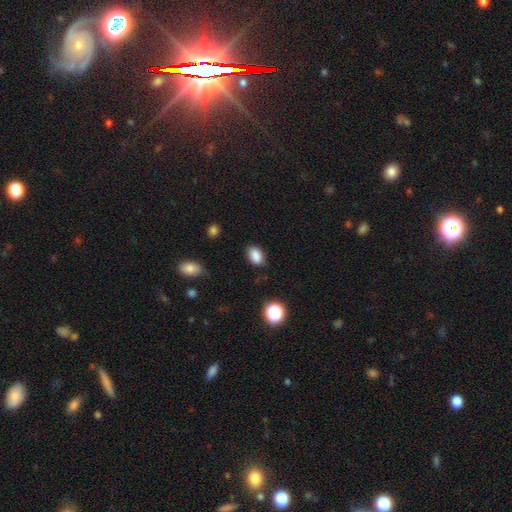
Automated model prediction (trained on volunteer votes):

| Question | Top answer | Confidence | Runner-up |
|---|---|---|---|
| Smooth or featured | smooth | 86% | star or artifact (9%) |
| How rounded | in between | 85% | round (13%) |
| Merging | none | 81% | minor disturbance (14%) |